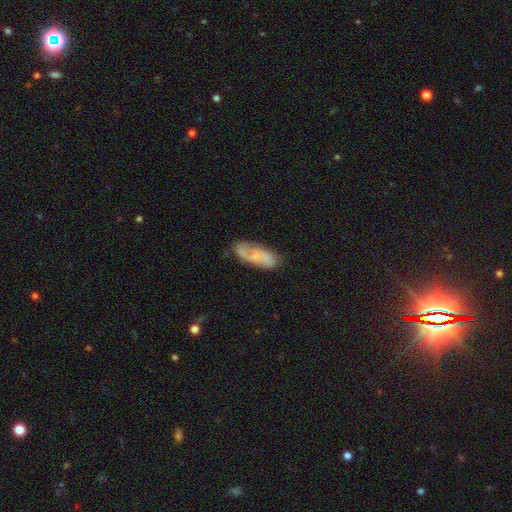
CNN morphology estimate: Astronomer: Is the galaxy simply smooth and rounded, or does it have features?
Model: featured or disk — 48% (runner-up: smooth, 44%).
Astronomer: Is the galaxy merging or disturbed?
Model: none — 66%.